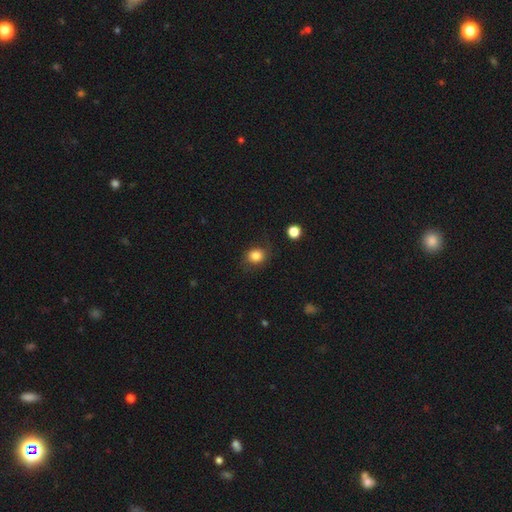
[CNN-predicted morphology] smooth_or_featured: smooth (p=0.82) [alt: star or artifact p=0.10]
how_rounded: round (p=0.67) [alt: in between p=0.32]
merging: none (p=0.74) [alt: minor disturbance p=0.18]